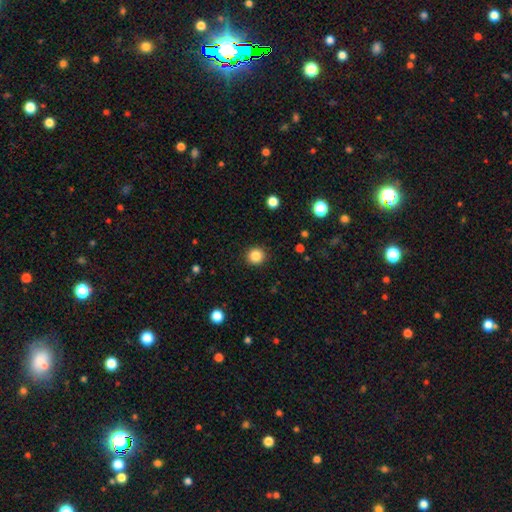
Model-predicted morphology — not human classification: Smooth or featured? smooth (85%)
How rounded? round (94%)
Merging? none (92%)